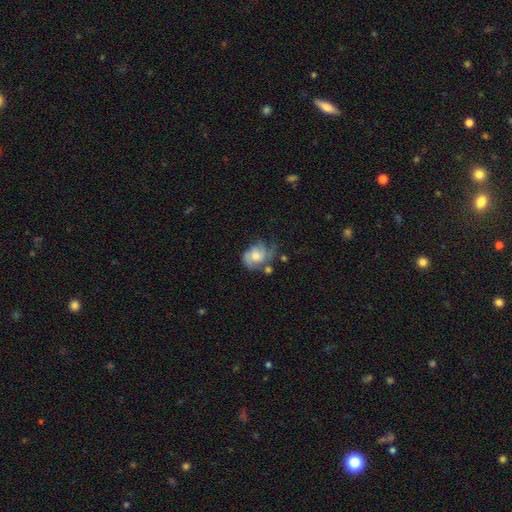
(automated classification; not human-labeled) A featured or disk galaxy (50%). Merging: none (37%).